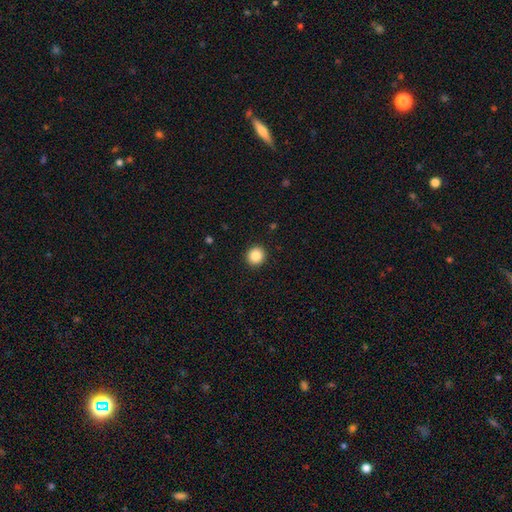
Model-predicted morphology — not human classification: type=smooth (87%); roundness=round (90%); merging=none (93%).